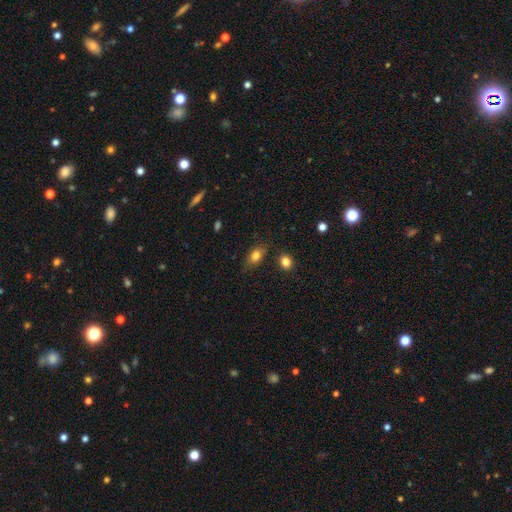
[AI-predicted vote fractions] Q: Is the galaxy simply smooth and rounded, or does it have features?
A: smooth — 79%.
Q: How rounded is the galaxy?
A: in between — 78%.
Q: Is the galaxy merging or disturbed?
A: none — 71%.